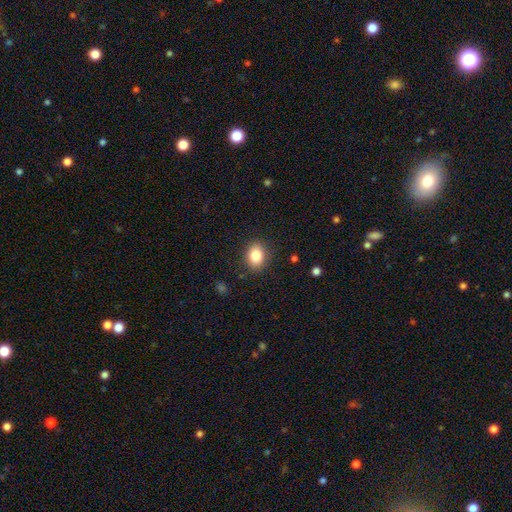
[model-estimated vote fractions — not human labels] smooth_or_featured: smooth (p=0.85) [alt: star or artifact p=0.09]
how_rounded: in between (p=0.59) [alt: round p=0.40]
merging: none (p=0.87) [alt: minor disturbance p=0.09]